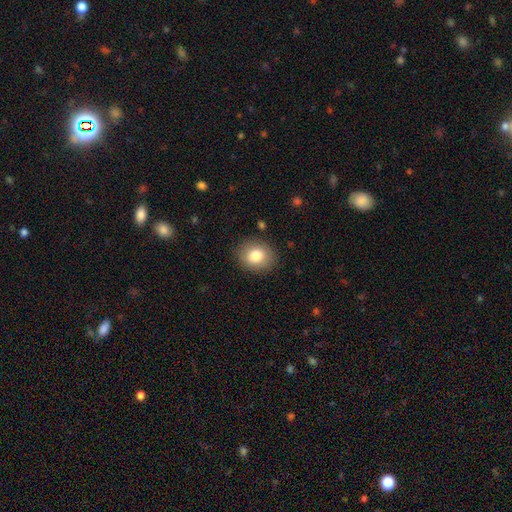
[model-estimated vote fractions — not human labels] smooth_or_featured: smooth (p=0.81) [alt: featured or disk p=0.10]
how_rounded: round (p=0.64) [alt: in between p=0.35]
merging: none (p=0.88) [alt: minor disturbance p=0.08]